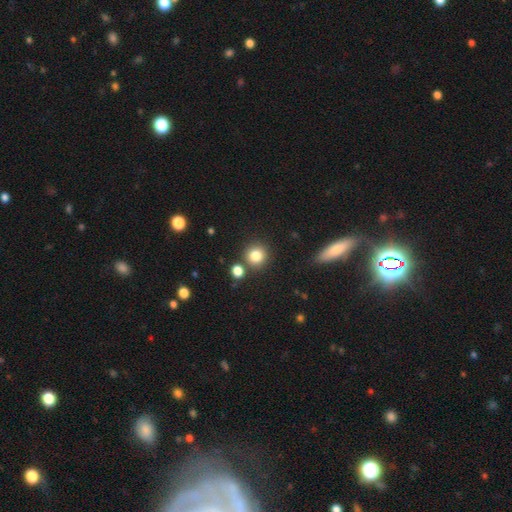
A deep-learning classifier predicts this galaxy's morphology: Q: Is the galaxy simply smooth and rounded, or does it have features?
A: smooth — 82%.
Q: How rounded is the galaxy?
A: round — 90%.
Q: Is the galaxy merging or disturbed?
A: none — 78%.